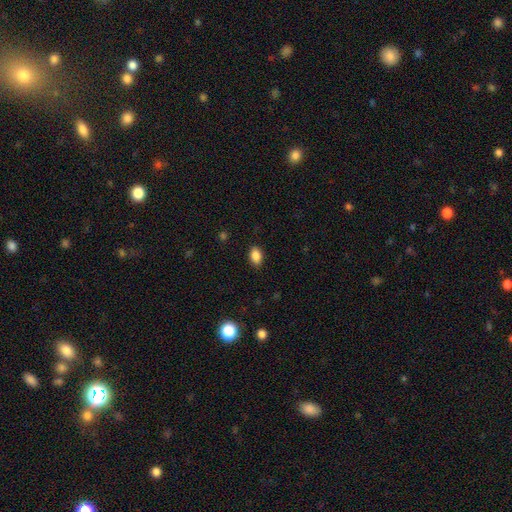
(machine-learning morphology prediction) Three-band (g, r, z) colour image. It shows a smooth galaxy with no disk features (87%) that is in between round and cigar-shaped (87%). Merging: none (87%).